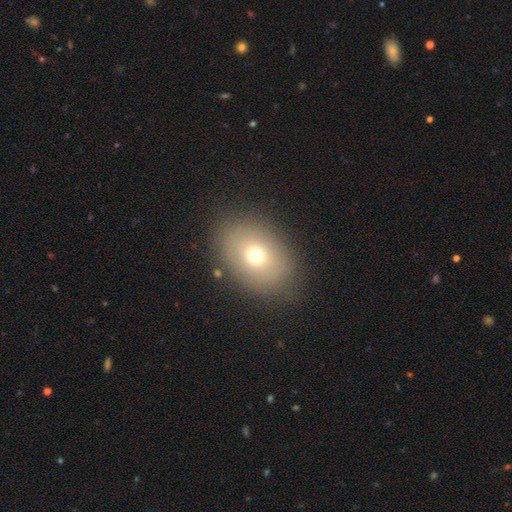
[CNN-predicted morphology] Q: Smooth or featured?
A: smooth (68%); runner-up: featured or disk (18%)
Q: How rounded?
A: in between (69%); runner-up: round (30%)
Q: Merging?
A: none (82%); runner-up: minor disturbance (11%)